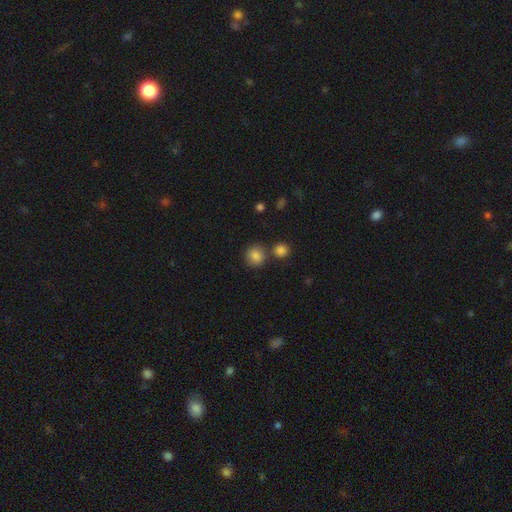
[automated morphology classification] smooth_or_featured: smooth (p=0.85) [alt: star or artifact p=0.10]
how_rounded: round (p=0.88) [alt: in between p=0.11]
merging: none (p=0.72) [alt: merger p=0.17]